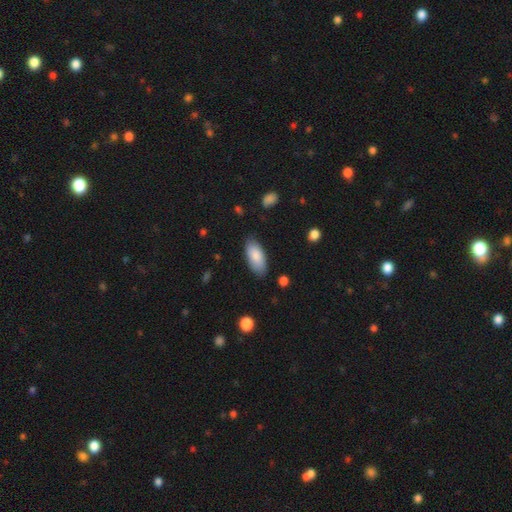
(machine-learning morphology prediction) Smooth or featured: smooth — 83% (featured or disk — 11%)
How rounded: in between — 89% (cigar-shaped — 10%)
Merging: none — 81% (minor disturbance — 15%)